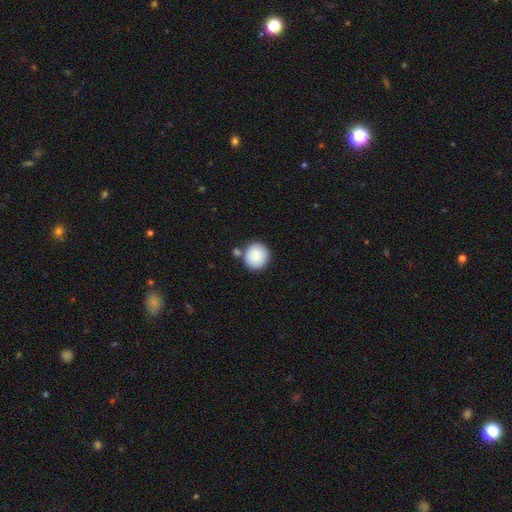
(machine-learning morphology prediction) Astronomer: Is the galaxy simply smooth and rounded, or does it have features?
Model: smooth — 87%.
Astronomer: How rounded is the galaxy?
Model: round — 91%.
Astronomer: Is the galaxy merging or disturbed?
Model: none — 73%.